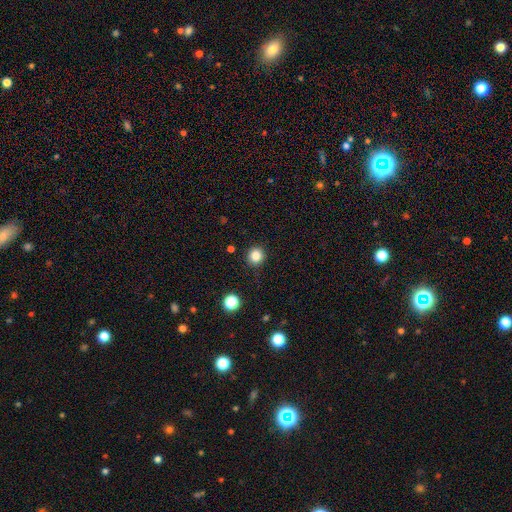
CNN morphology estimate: This appears to be a smooth galaxy with no disk features (84%) that is round (92%). Merging: none (90%).